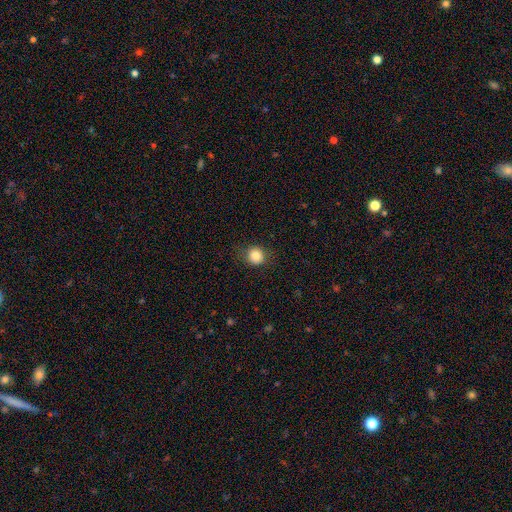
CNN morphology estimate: The model was most divided on "how rounded": round: 85%, in between: 14%, cigar-shaped: 1%. More confident: merging — none (84%); smooth or featured — smooth (83%).